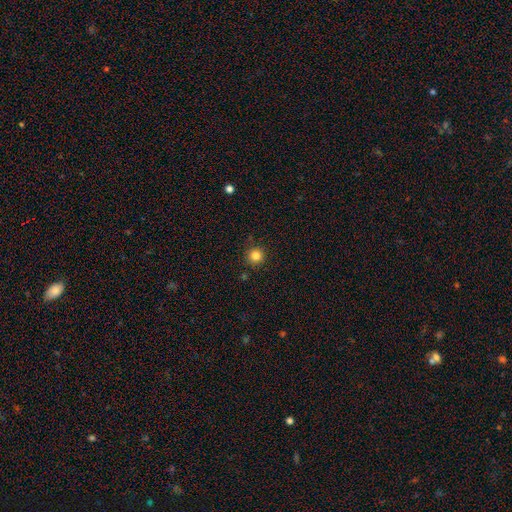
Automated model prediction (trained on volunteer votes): Smooth or featured? smooth (83%)
How rounded? round (95%)
Merging? none (89%)